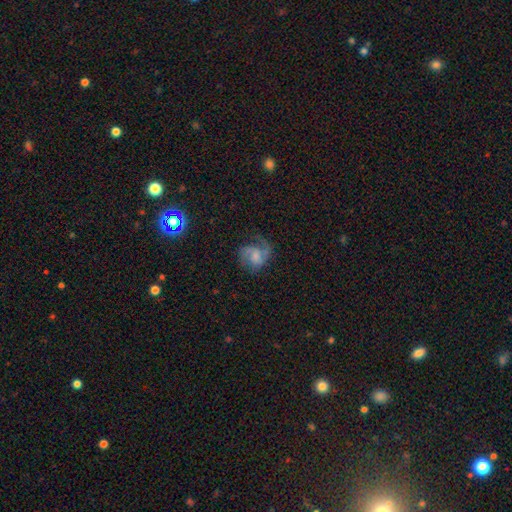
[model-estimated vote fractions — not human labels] This is likely a featured or disk galaxy (72%). It is clearly not viewed edge-on (98%). Bar: possibly no (60%). Spiral arm pattern: clearly yes (93%). Spiral arm count: likely 2 (66%). Spiral winding: possibly medium (48%). Central bulge: marginally small (31%). Merging: possibly none (55%).